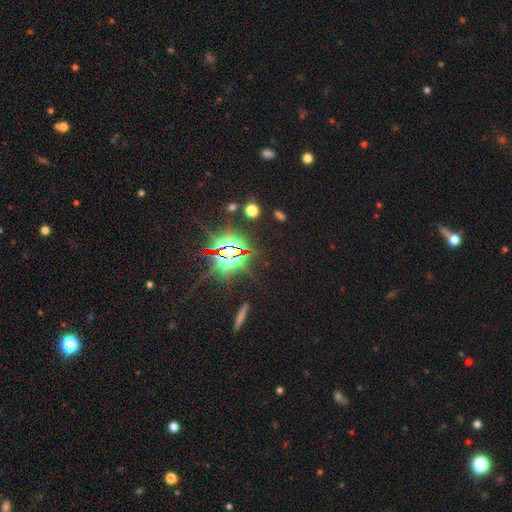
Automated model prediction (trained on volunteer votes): Smooth or featured: star or artifact — 82% (smooth — 10%)